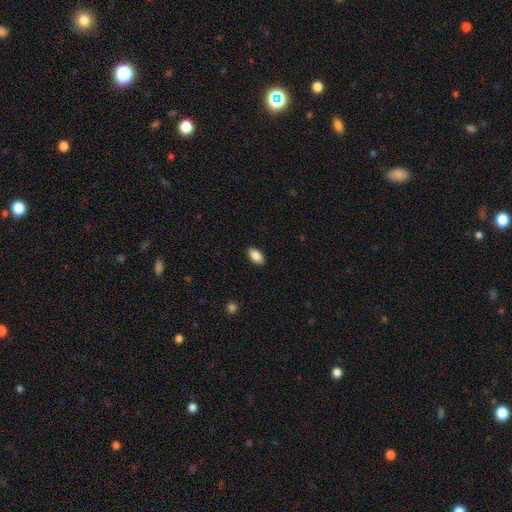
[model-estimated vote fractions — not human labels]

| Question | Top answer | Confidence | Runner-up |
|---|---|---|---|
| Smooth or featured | smooth | 87% | star or artifact (7%) |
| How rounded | in between | 92% | cigar-shaped (5%) |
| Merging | none | 89% | minor disturbance (8%) |